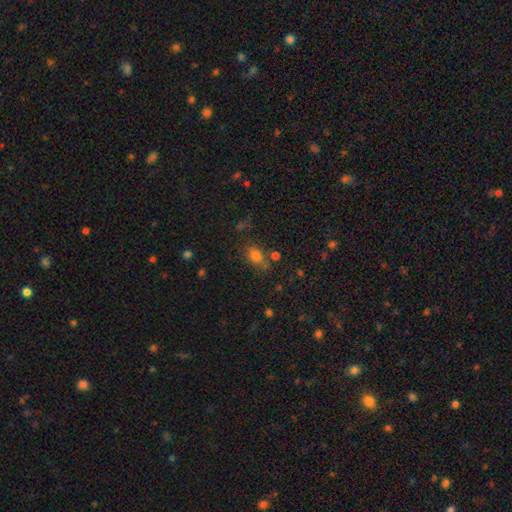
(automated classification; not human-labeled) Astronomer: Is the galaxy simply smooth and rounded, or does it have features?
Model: smooth — 76%.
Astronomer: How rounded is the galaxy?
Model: in between — 68%.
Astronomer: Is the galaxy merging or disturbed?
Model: none — 64%.